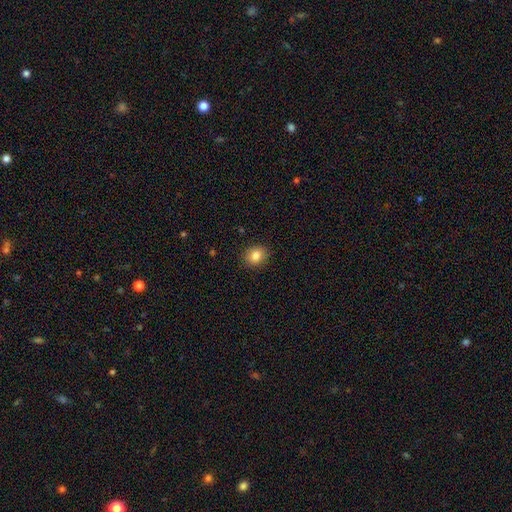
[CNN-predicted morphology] Smooth or featured? Predicted: smooth (p=0.84). How rounded? Predicted: round (p=0.67). Merging? Predicted: none (p=0.90).